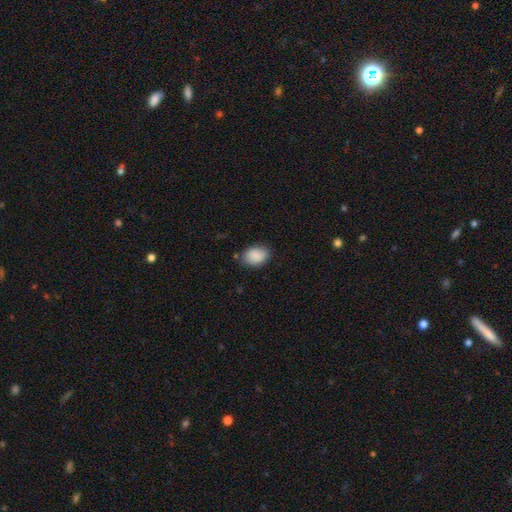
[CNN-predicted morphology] The model was most divided on "how rounded": in between: 78%, round: 21%, cigar-shaped: 1%. More confident: smooth or featured — smooth (89%); merging — none (78%).